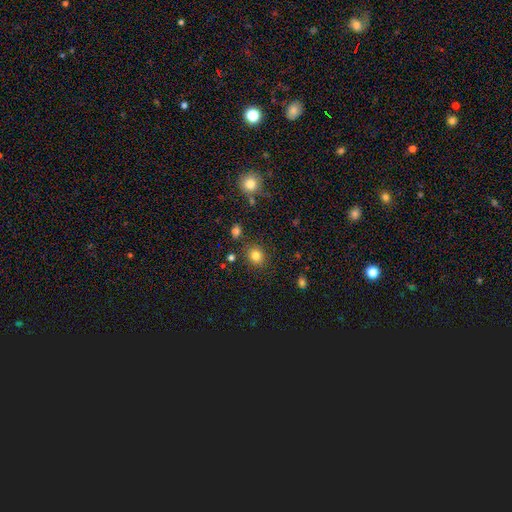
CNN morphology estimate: type=smooth (80%); roundness=round (72%); merging=none (84%).